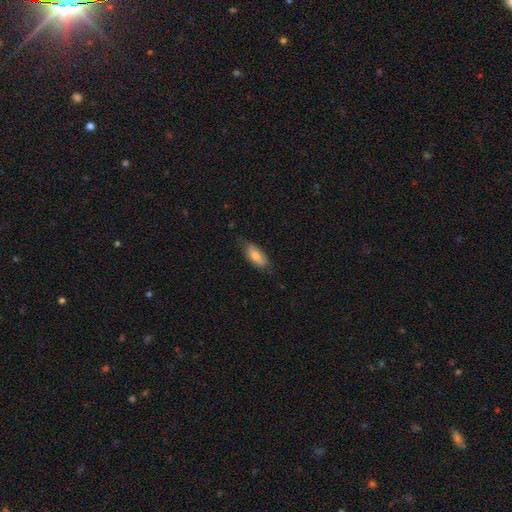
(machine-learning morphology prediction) The model was most divided on "merging": none: 64%, minor disturbance: 29%, major disturbance: 6%, merger: 1%. More confident: how rounded — in between (83%); smooth or featured — smooth (75%).